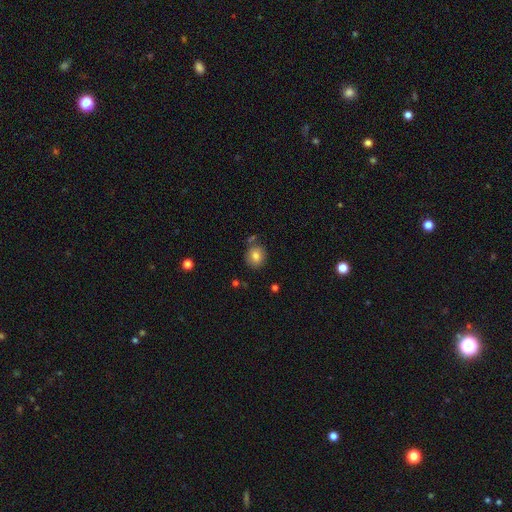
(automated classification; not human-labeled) This is likely a smooth galaxy (80%). How rounded: likely round (79%). Merging: likely none (77%).